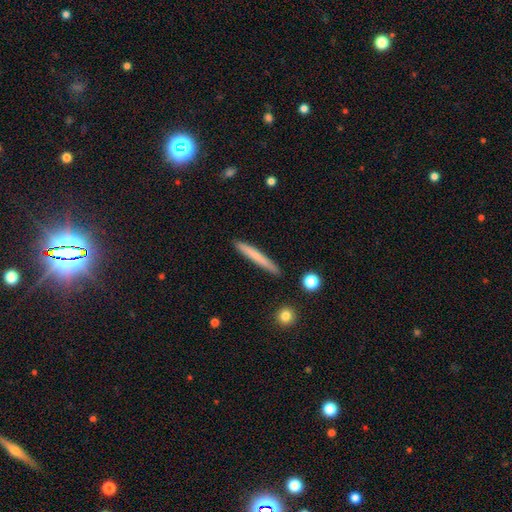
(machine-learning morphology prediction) A smooth galaxy with no disk features (69%) that is cigar-shaped (97%).

Vote fractions:
- Smooth or featured? smooth: 69% / featured or disk: 26% / star or artifact: 6%
- How rounded? cigar-shaped: 97% / in between: 2% / round: 1%
- Merging? none: 90% / minor disturbance: 7% / major disturbance: 1% / merger: 1%